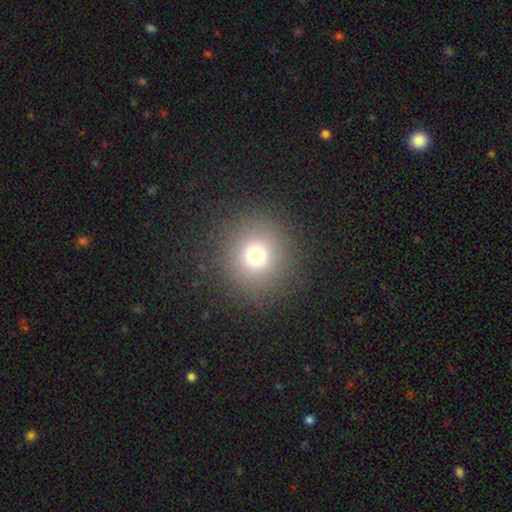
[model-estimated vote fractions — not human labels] Q: Smooth or featured?
A: smooth (72%); runner-up: star or artifact (19%)
Q: How rounded?
A: round (93%); runner-up: in between (6%)
Q: Merging?
A: none (88%); runner-up: minor disturbance (7%)